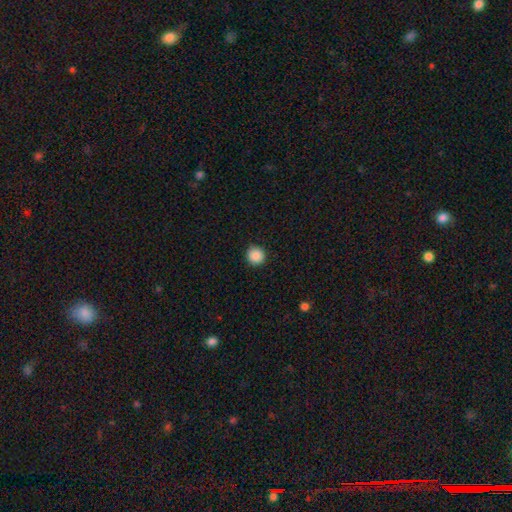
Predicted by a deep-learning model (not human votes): Smooth or featured?
  - smooth: 89% *
  - star or artifact: 9%
  - featured or disk: 3%
How rounded?
  - round: 94% *
  - in between: 5%
  - cigar-shaped: 1%
Merging?
  - none: 91% *
  - minor disturbance: 6%
  - major disturbance: 2%
  - merger: 1%